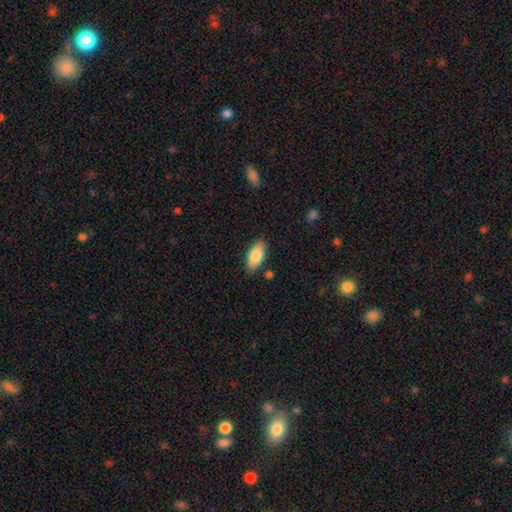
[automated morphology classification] smooth_or_featured: smooth (p=0.83) [alt: featured or disk p=0.11]
how_rounded: in between (p=0.87) [alt: cigar-shaped p=0.10]
merging: none (p=0.85) [alt: minor disturbance p=0.11]